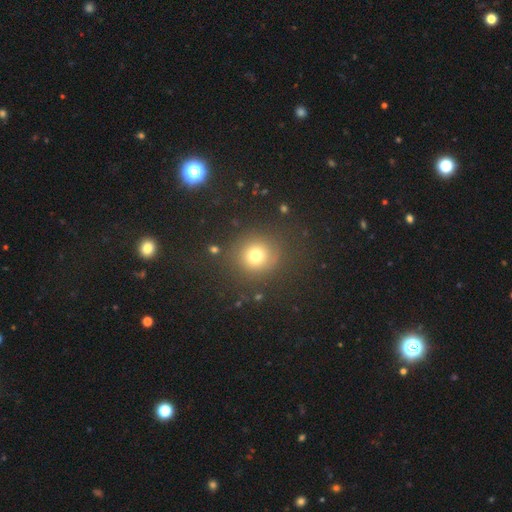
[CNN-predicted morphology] smooth-or-featured: smooth: 73% | star or artifact: 18% | featured or disk: 10%
  how-rounded: round: 91% | in between: 8% | cigar-shaped: 1%
  merging: none: 84% | minor disturbance: 8% | major disturbance: 5% | merger: 2%